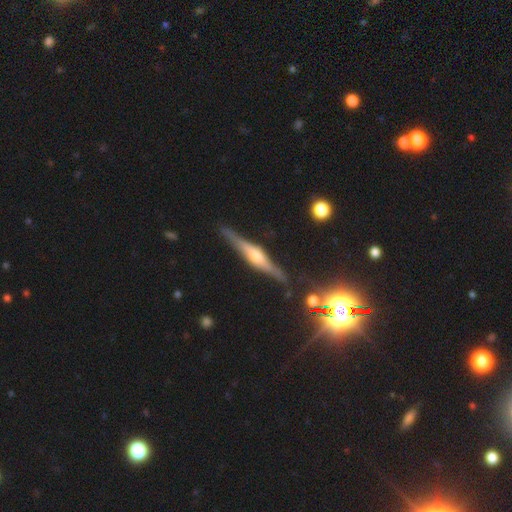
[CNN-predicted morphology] Q: Smooth or featured?
A: featured or disk (80%); runner-up: smooth (13%)
Q: Edge-on disk?
A: yes (97%); runner-up: no (3%)
Q: Edge-on bulge?
A: rounded (83%); runner-up: boxy (13%)
Q: Merging?
A: none (88%); runner-up: minor disturbance (9%)